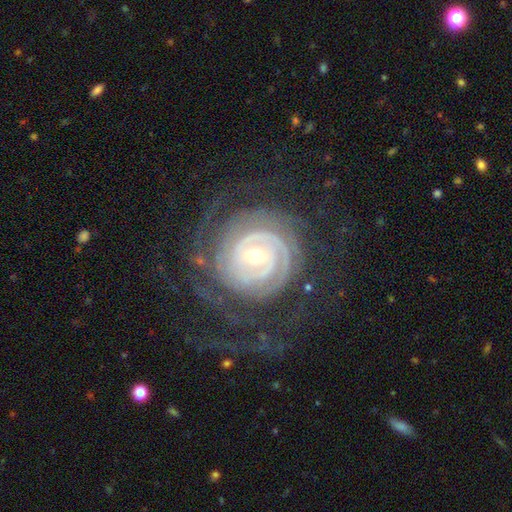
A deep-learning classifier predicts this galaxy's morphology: This appears to be a featured or disk galaxy (90%) with no bar (50%), 2 (33%) tight (82%) spiral arms (97%) and a small central bulge (62%). Merging: none (66%).